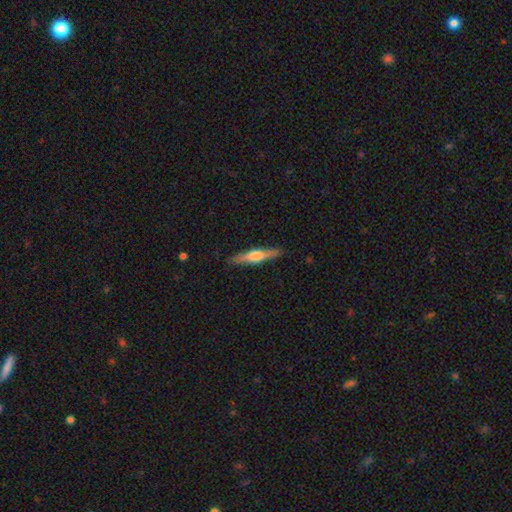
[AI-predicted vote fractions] This is possibly a featured or disk galaxy (58%). It is clearly viewed edge-on (96%). Edge-on bulge: clearly rounded (85%). Merging: clearly none (89%).